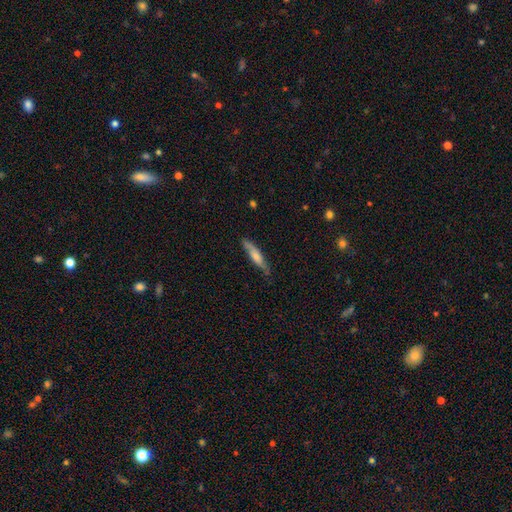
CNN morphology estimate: smooth 62%, featured or disk 32%, star or artifact 5%. Down the decision tree: how rounded — cigar-shaped (84%); merging — none (74%).